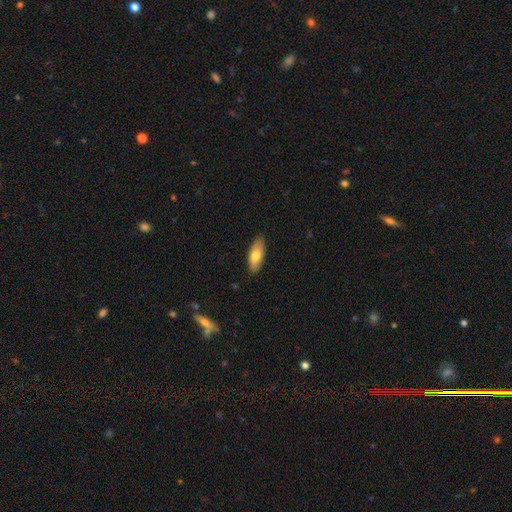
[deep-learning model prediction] The model was most divided on "how rounded": in between: 77%, cigar-shaped: 20%, round: 2%. More confident: merging — none (86%); smooth or featured — smooth (76%).